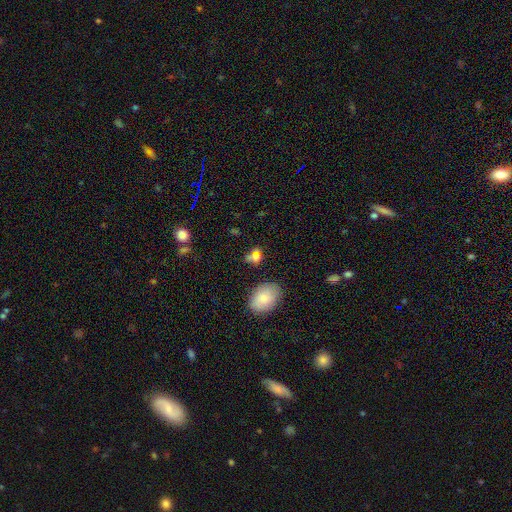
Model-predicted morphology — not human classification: smooth 74%, star or artifact 14%, featured or disk 12%. Down the decision tree: how rounded — in between (54%); merging — none (58%).